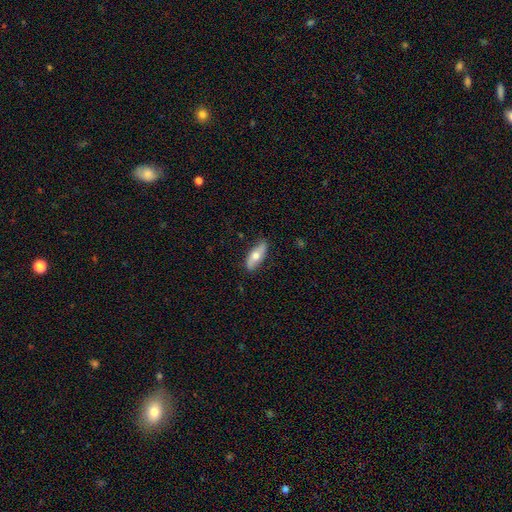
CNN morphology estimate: type=smooth (58%); roundness=in between (65%); merging=none (82%).